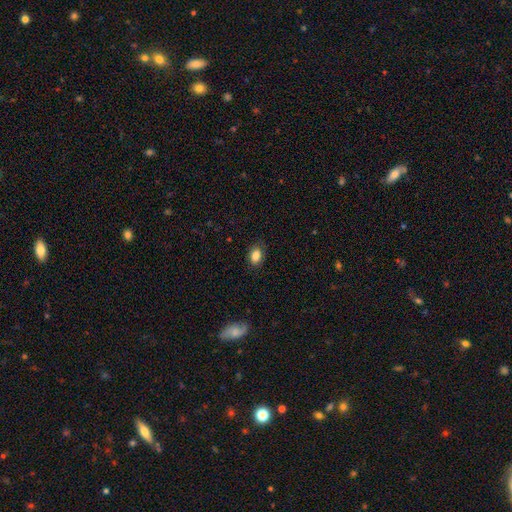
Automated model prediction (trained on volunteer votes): Overall: smooth (84%). How rounded: in between (79%). Merging: none (84%).